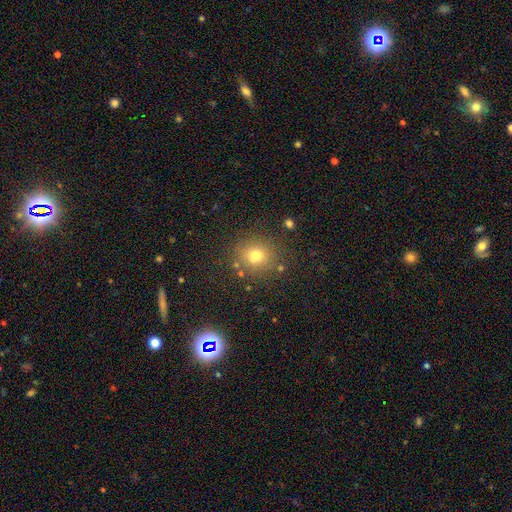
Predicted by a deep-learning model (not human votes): Smooth or featured? smooth (74%)
How rounded? round (82%)
Merging? none (81%)